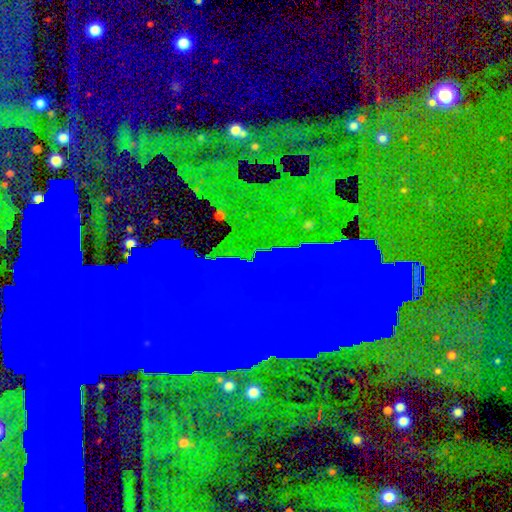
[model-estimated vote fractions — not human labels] Smooth or featured: star or artifact — 80% (featured or disk — 12%)